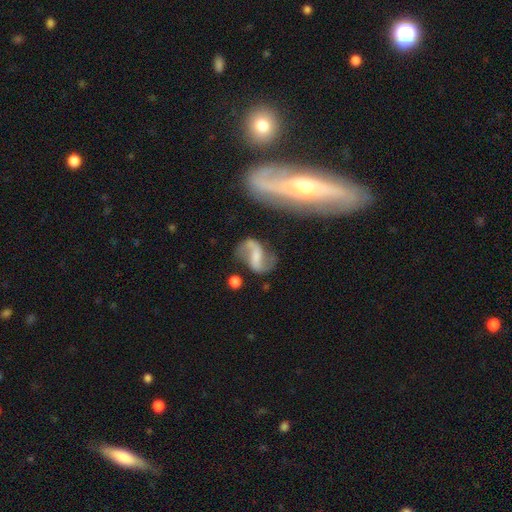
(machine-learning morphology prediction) type=featured or disk (80%); edge-on=no (97%); bar=weak (42%); spiral arms=yes (92%); winding=loose (71%); arm count=2 (92%); bulge=none (47%); merging=none (61%).